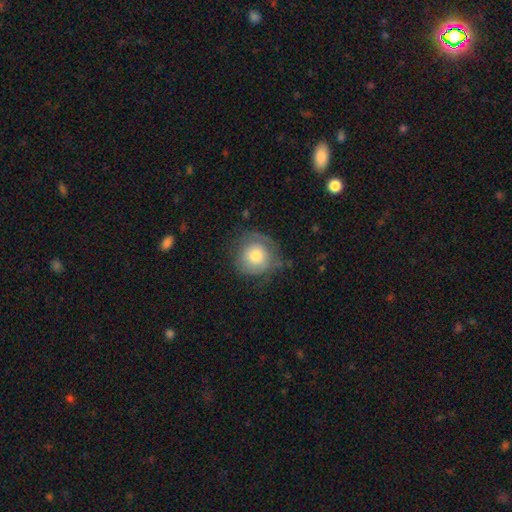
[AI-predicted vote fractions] The model was most divided on "merging": none: 59%, minor disturbance: 26%, major disturbance: 14%, merger: 2%. More confident: how rounded — round (91%); smooth or featured — smooth (64%).